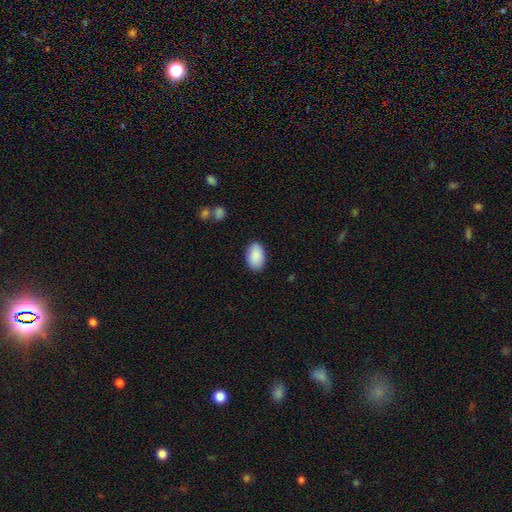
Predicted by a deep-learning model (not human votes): smooth-or-featured: smooth: 90% | star or artifact: 6% | featured or disk: 3%
  how-rounded: in between: 92% | round: 7% | cigar-shaped: 1%
  merging: none: 87% | minor disturbance: 10% | major disturbance: 2% | merger: 1%